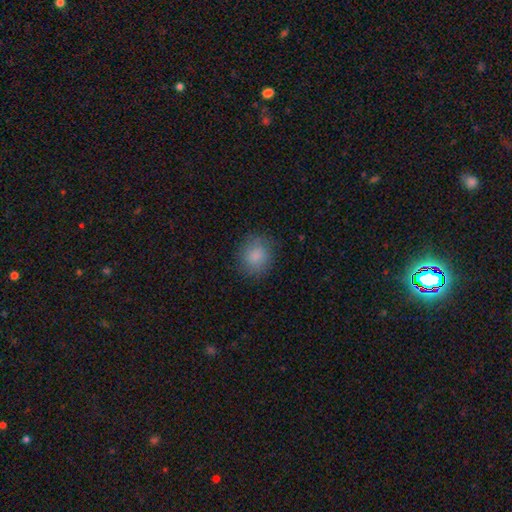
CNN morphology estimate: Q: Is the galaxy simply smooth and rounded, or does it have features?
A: smooth — 84%.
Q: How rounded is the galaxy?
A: round — 76%.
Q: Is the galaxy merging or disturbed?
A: none — 82%.